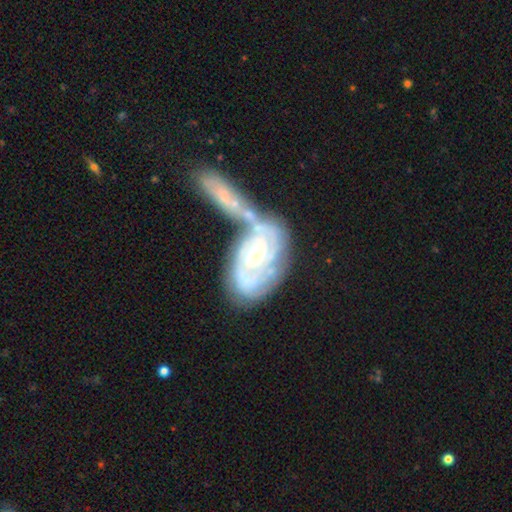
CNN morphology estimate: A featured or disk galaxy (84%) with no bar (61%), tight (72%) spiral arms (91%) and a moderate central bulge (59%).

Vote fractions:
- Smooth or featured? featured or disk: 84% / smooth: 11% / star or artifact: 5%
- Edge-on disk? no: 95% / yes: 5%
- Bar? no: 61% / weak: 29% / strong: 10%
- Spiral arms? yes: 91% / no: 9%
- Spiral winding? tight: 72% / medium: 22% / loose: 6%
- Spiral arm count? can't tell: 40% / 2: 30% / 3: 16% / 4: 6% / 1: 5% / more than 4: 4%
- Bulge size? moderate: 59% / small: 36% / large: 3% / none: 1% / dominant: 1%
- Merging? merger: 51% / none: 27% / minor disturbance: 13% / major disturbance: 9%